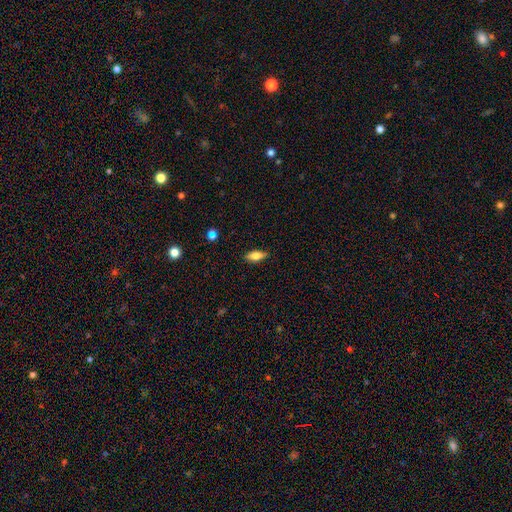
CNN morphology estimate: The model was most divided on "smooth or featured": smooth: 75%, featured or disk: 17%, star or artifact: 8%. More confident: merging — none (85%); how rounded — in between (80%).